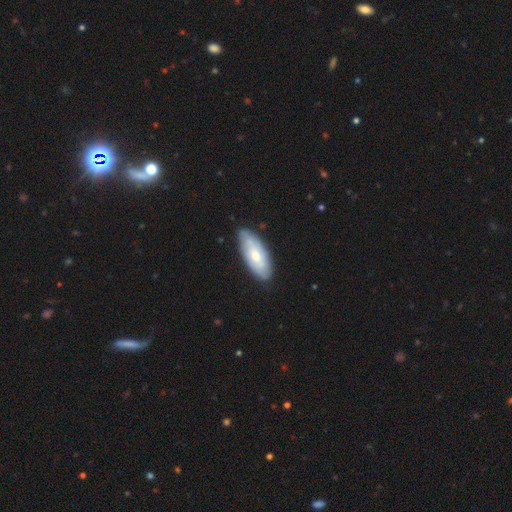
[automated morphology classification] A smooth galaxy with no disk features (53%) that is in between round and cigar-shaped (81%).

Vote fractions:
- Smooth or featured? smooth: 53% / featured or disk: 42% / star or artifact: 5%
- How rounded? in between: 81% / cigar-shaped: 17% / round: 2%
- Merging? none: 80% / minor disturbance: 16% / major disturbance: 3% / merger: 1%